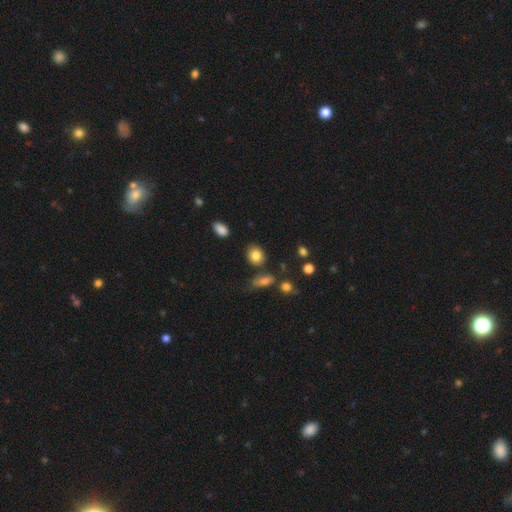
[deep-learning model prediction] Smooth or featured? smooth (84%)
How rounded? round (66%)
Merging? none (79%)